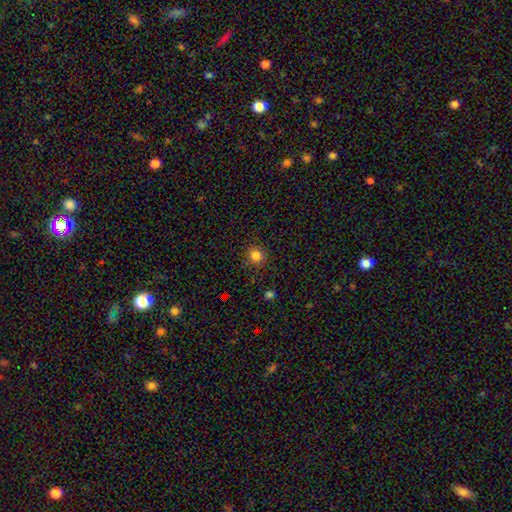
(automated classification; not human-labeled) This appears to be a smooth galaxy with no disk features (82%) that is round (92%). Merging: none (89%).